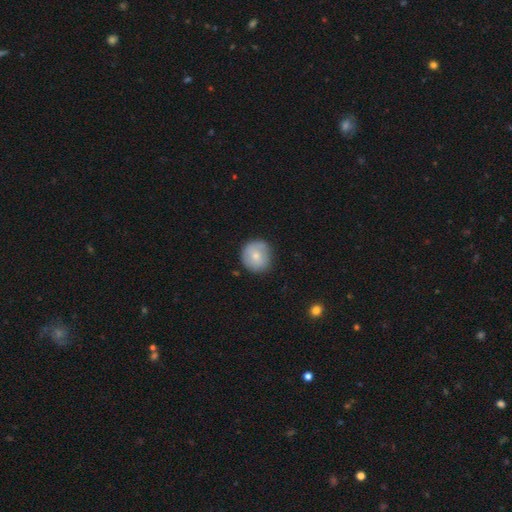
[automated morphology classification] type=smooth (69%); roundness=round (89%); merging=none (76%).